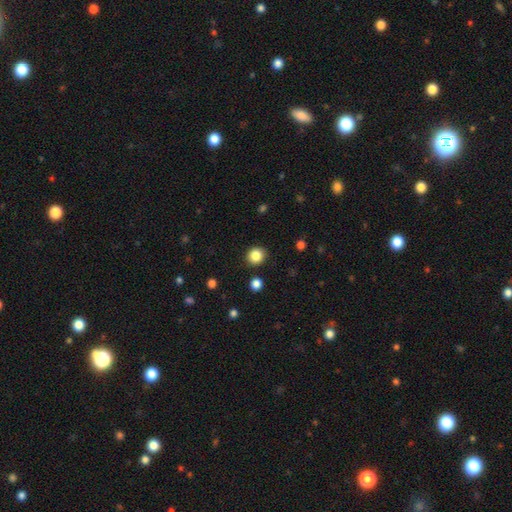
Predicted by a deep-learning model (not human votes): A smooth galaxy with no disk features (86%) that is round (88%). Merging: none (90%).